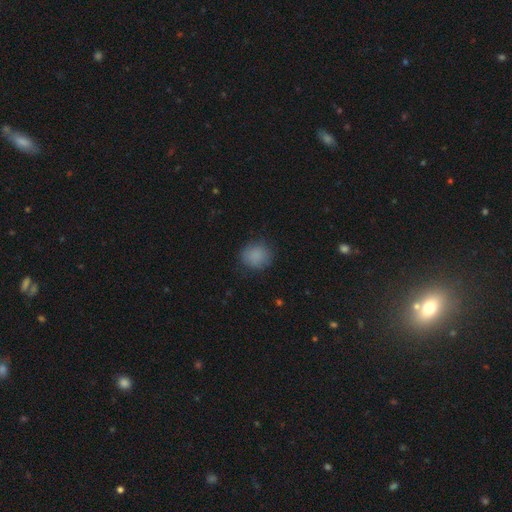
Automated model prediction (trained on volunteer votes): smooth 86%, star or artifact 9%, featured or disk 5%. Down the decision tree: how rounded — round (82%); merging — none (81%).